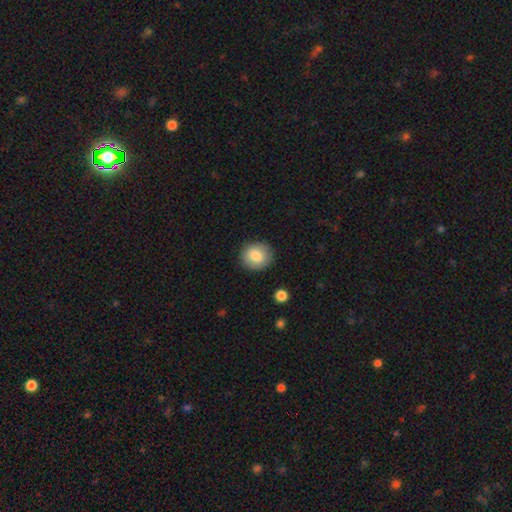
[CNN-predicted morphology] Overall: smooth (82%). How rounded: round (82%). Merging: none (87%).